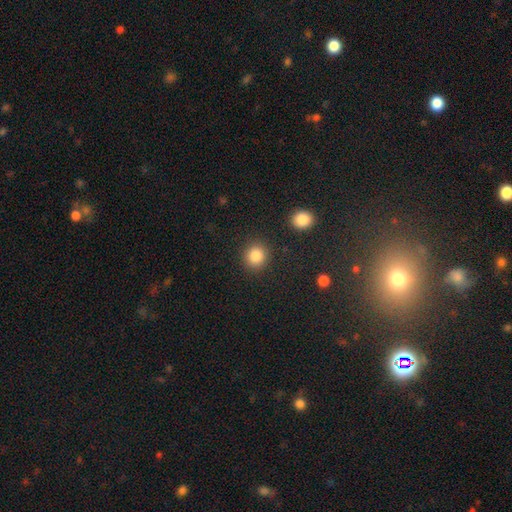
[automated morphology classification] smooth 85%, star or artifact 10%, featured or disk 5%. Down the decision tree: how rounded — round (89%); merging — none (89%).